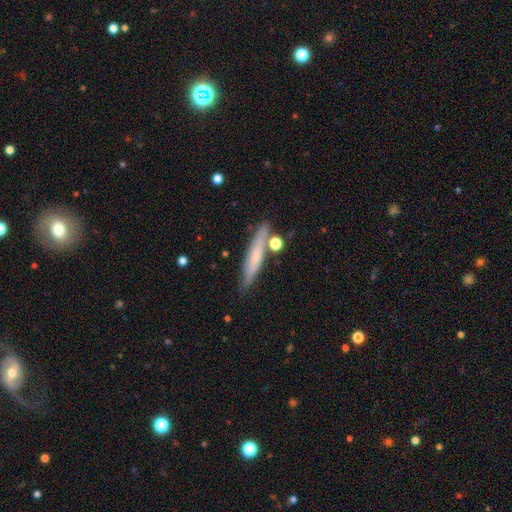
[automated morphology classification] Smooth or featured? Predicted: smooth (p=0.55). How rounded? Predicted: cigar-shaped (p=0.88). Merging? Predicted: none (p=0.76).